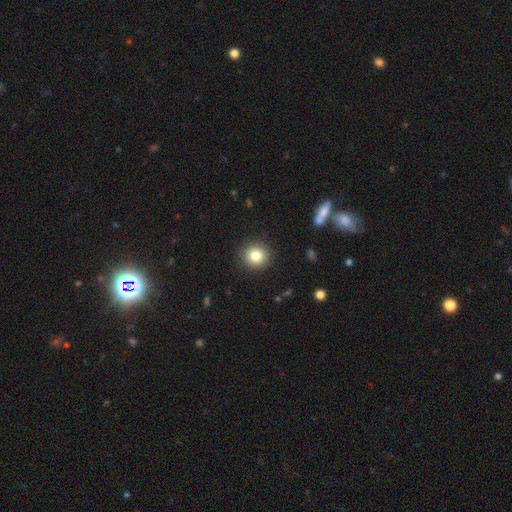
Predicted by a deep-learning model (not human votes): Smooth or featured? smooth (82%)
How rounded? round (91%)
Merging? none (91%)